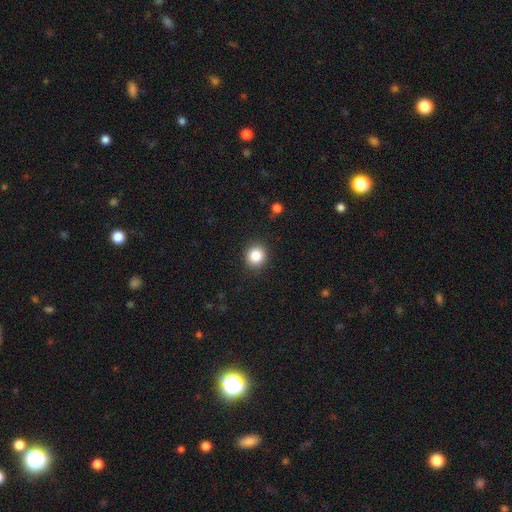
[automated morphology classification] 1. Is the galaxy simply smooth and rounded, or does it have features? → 86% smooth, 10% star or artifact, 4% featured or disk.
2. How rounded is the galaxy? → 86% round, 13% in between, 1% cigar-shaped.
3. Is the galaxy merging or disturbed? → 89% none, 7% minor disturbance, 2% major disturbance, 1% merger.